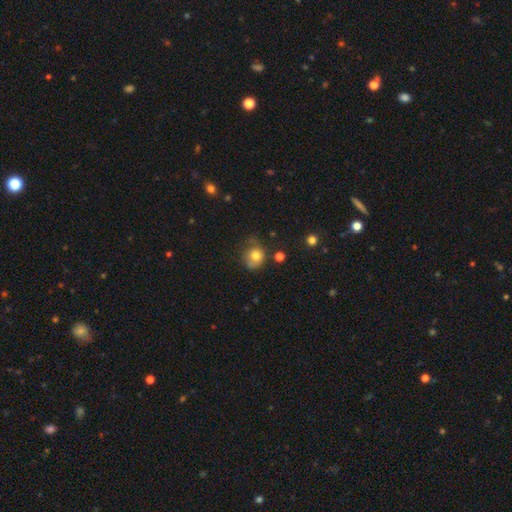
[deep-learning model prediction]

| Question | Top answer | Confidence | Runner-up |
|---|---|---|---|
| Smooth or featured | smooth | 76% | featured or disk (14%) |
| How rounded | round | 70% | in between (29%) |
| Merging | none | 41% | minor disturbance (35%) |